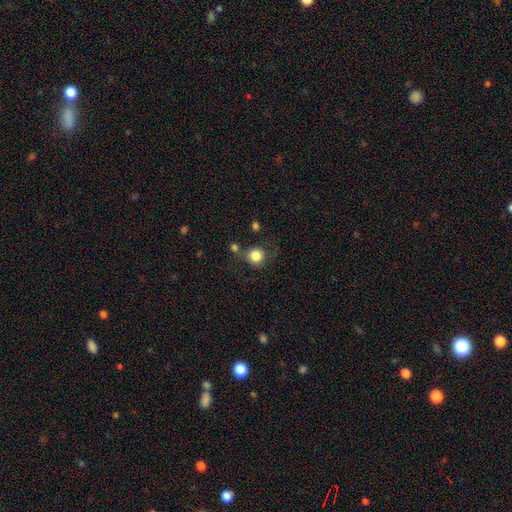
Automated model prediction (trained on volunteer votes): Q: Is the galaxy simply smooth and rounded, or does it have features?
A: smooth — 82%.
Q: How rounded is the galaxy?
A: round — 90%.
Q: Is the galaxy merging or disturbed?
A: none — 64%.